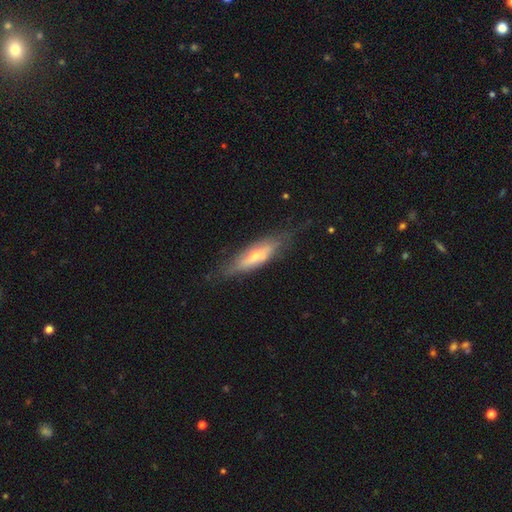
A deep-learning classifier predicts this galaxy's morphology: This appears to be a featured or disk galaxy (54%) viewed edge-on (68%). Merging: none (71%).